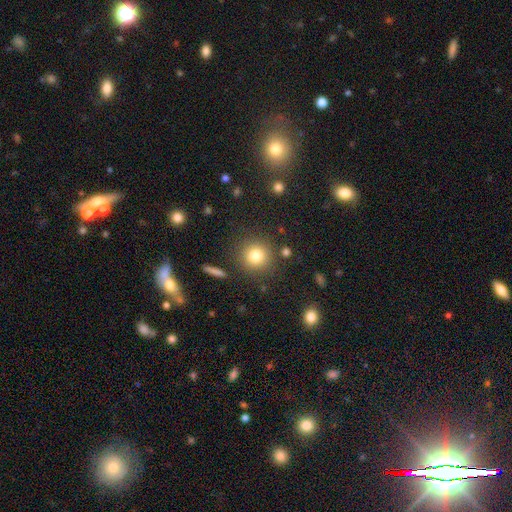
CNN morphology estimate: Q: Smooth or featured?
A: smooth (80%); runner-up: star or artifact (12%)
Q: How rounded?
A: round (92%); runner-up: in between (7%)
Q: Merging?
A: none (85%); runner-up: minor disturbance (8%)